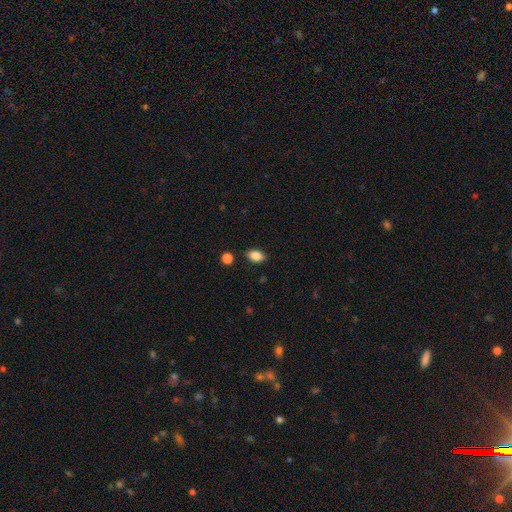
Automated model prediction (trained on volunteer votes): A smooth galaxy with no disk features (85%) that is in between round and cigar-shaped (86%). Merging: none (84%).